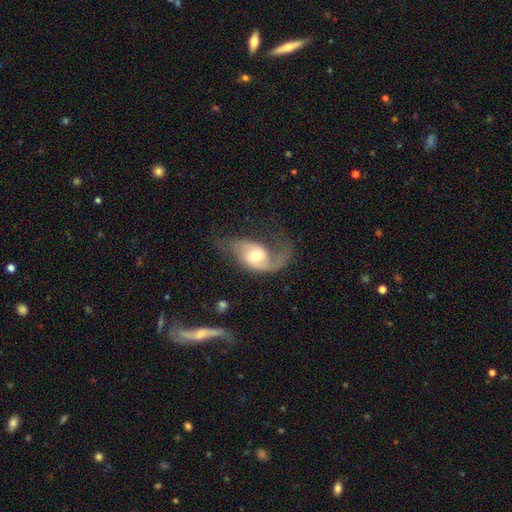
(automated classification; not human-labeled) Smooth or featured?
  - featured or disk: 76% *
  - smooth: 19%
  - star or artifact: 6%
Edge-on disk?
  - no: 96% *
  - yes: 4%
Bar?
  - no: 64% *
  - weak: 29%
  - strong: 7%
Spiral arms?
  - yes: 92% *
  - no: 8%
Spiral winding?
  - loose: 58% *
  - medium: 32%
  - tight: 10%
Spiral arm count?
  - 2: 56% *
  - 1: 38%
  - can't tell: 4%
  - 3: 1%
  - 4: 1%
  - more than 4: 1%
Bulge size?
  - moderate: 69% *
  - small: 17%
  - large: 12%
  - dominant: 1%
  - none: 1%
Merging?
  - none: 42% *
  - major disturbance: 34%
  - minor disturbance: 22%
  - merger: 3%